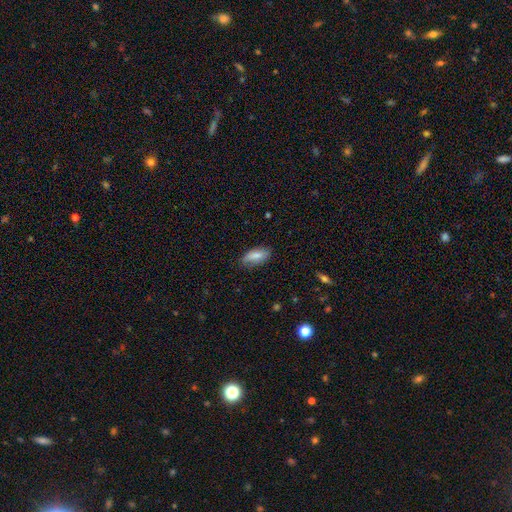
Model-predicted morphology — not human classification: This is likely a smooth galaxy (79%). How rounded: clearly in between (83%). Merging: likely none (73%).